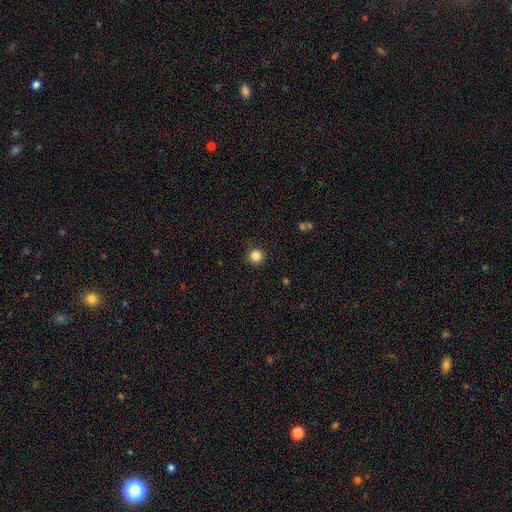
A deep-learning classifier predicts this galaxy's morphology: smooth-or-featured: smooth: 85% | star or artifact: 11% | featured or disk: 4%
  how-rounded: round: 95% | in between: 4% | cigar-shaped: 1%
  merging: none: 89% | minor disturbance: 7% | major disturbance: 2% | merger: 1%